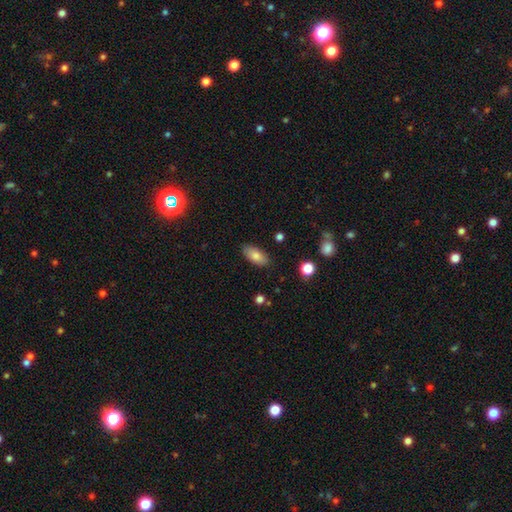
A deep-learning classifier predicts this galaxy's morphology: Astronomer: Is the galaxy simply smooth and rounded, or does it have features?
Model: smooth — 81%.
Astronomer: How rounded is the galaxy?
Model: in between — 89%.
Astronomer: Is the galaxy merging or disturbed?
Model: none — 86%.